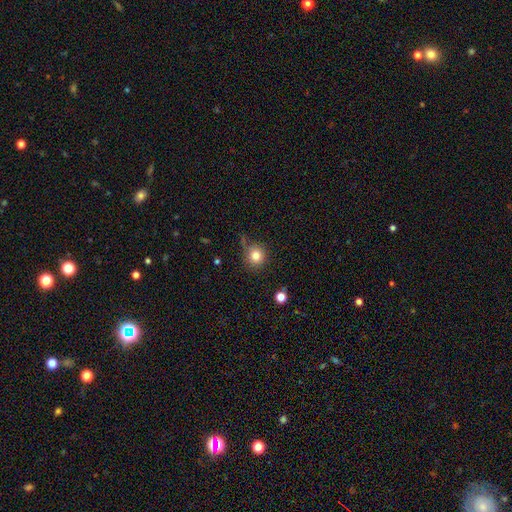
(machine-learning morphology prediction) smooth_or_featured: smooth (p=0.81) [alt: star or artifact p=0.12]
how_rounded: round (p=0.91) [alt: in between p=0.08]
merging: none (p=0.73) [alt: minor disturbance p=0.16]